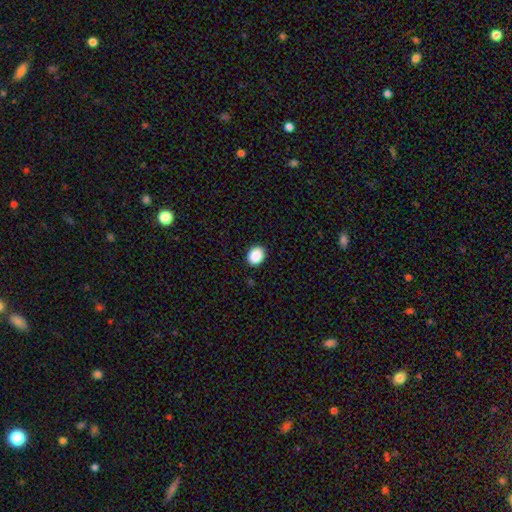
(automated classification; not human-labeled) A smooth galaxy with no disk features (90%) that is in between round and cigar-shaped (51%).

Vote fractions:
- Smooth or featured? smooth: 90% / star or artifact: 8% / featured or disk: 3%
- How rounded? in between: 51% / round: 48% / cigar-shaped: 1%
- Merging? none: 91% / minor disturbance: 6% / major disturbance: 2% / merger: 1%